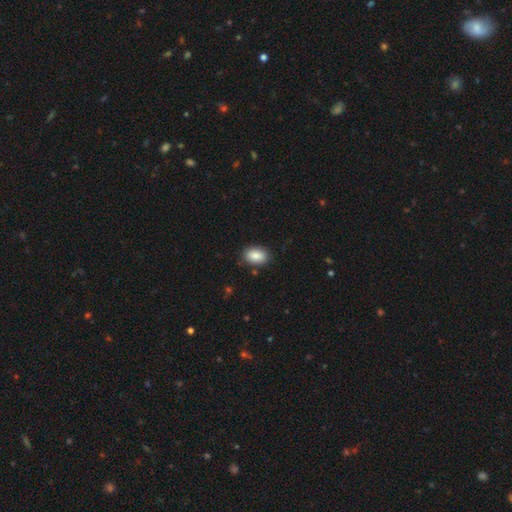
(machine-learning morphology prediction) A smooth galaxy with no disk features (88%) that is in between round and cigar-shaped (88%). Merging: none (87%).